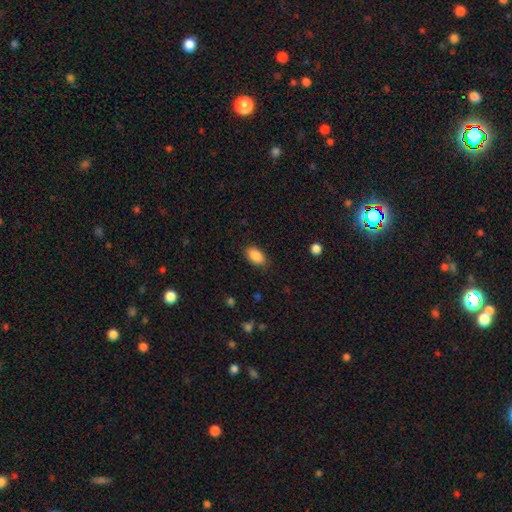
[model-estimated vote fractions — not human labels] This is clearly a smooth galaxy (89%). How rounded: clearly in between (93%). Merging: clearly none (87%).